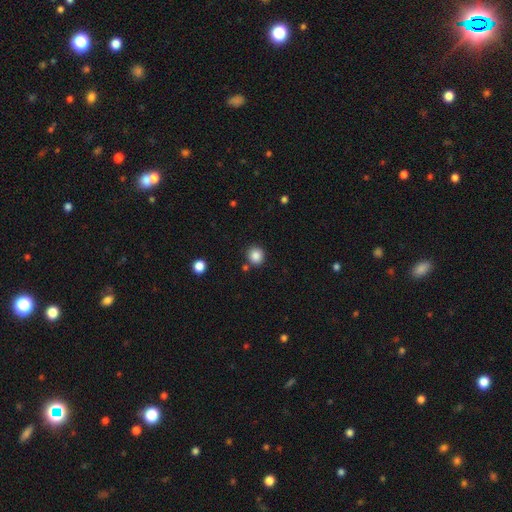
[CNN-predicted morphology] Smooth or featured? smooth (86%)
How rounded? round (89%)
Merging? none (84%)